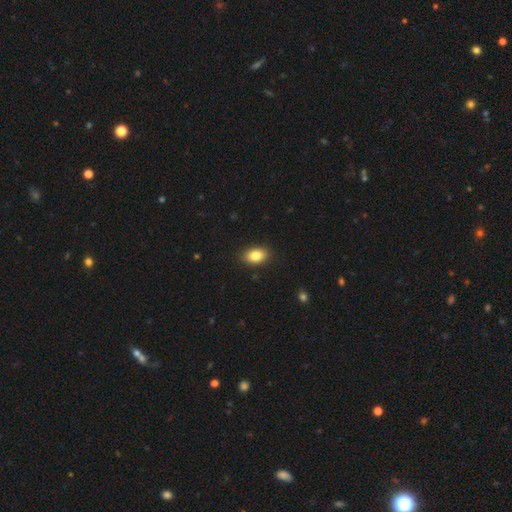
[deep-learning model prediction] Q: Smooth or featured?
A: smooth (85%); runner-up: star or artifact (8%)
Q: How rounded?
A: in between (88%); runner-up: round (11%)
Q: Merging?
A: none (88%); runner-up: minor disturbance (9%)